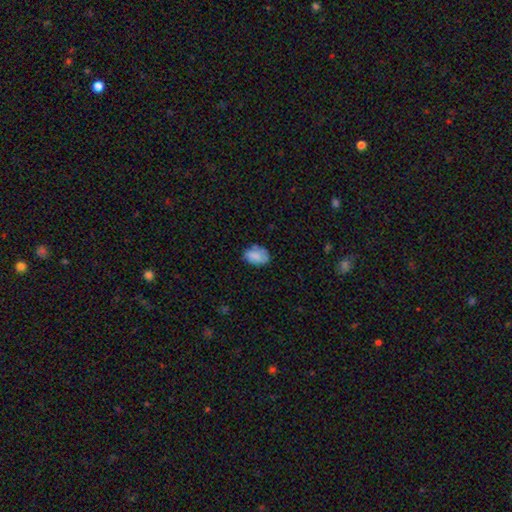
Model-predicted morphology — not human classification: smooth-or-featured: smooth: 80% | featured or disk: 12% | star or artifact: 8%
  how-rounded: in between: 82% | round: 17% | cigar-shaped: 1%
  merging: none: 63% | minor disturbance: 27% | major disturbance: 7% | merger: 3%